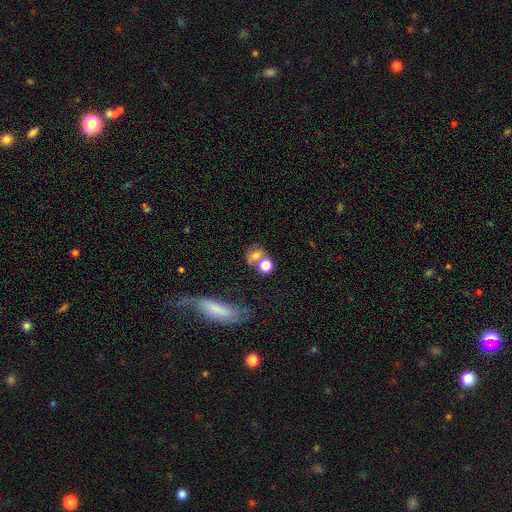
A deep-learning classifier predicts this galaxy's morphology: Smooth or featured? smooth (69%)
How rounded? round (59%)
Merging? none (42%)